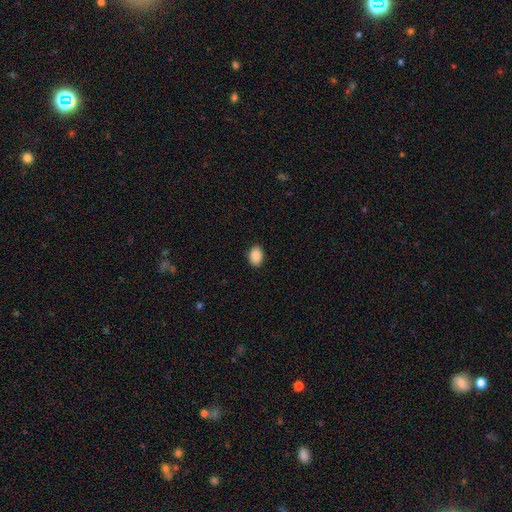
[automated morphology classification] Smooth or featured?
  - smooth: 90% *
  - star or artifact: 8%
  - featured or disk: 2%
How rounded?
  - in between: 80% *
  - round: 19%
  - cigar-shaped: 1%
Merging?
  - none: 89% *
  - minor disturbance: 8%
  - major disturbance: 2%
  - merger: 1%